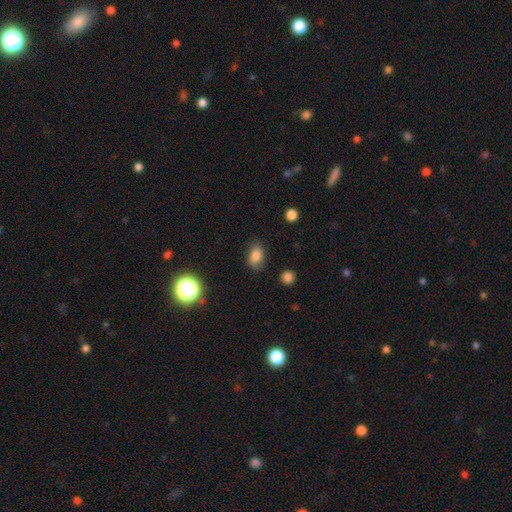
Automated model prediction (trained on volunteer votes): Smooth or featured? smooth (81%)
How rounded? in between (81%)
Merging? none (76%)